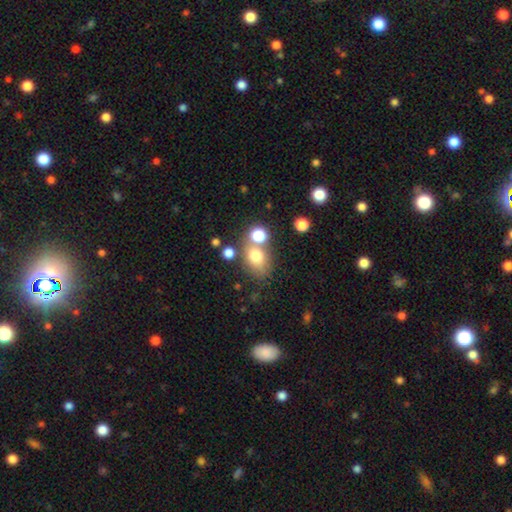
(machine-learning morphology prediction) The model was most divided on "how rounded": in between: 57%, round: 42%, cigar-shaped: 1%. More confident: smooth or featured — smooth (73%); merging — none (56%).